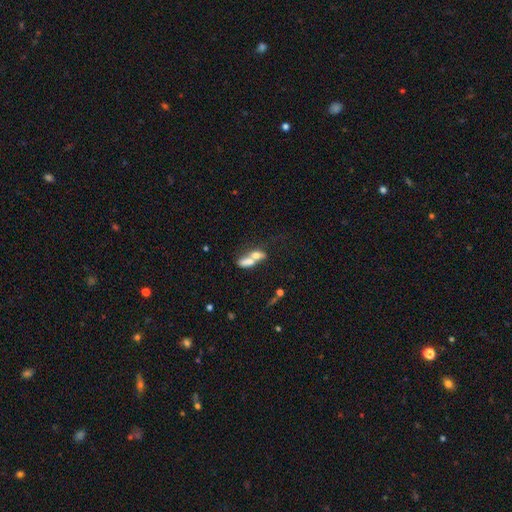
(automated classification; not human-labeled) Smooth or featured? smooth (60%)
How rounded? in between (61%)
Merging? merger (65%)